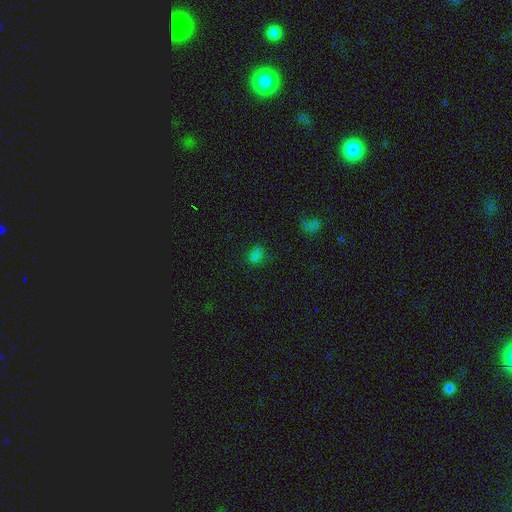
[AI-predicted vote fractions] The model was most divided on "how rounded": in between: 65%, round: 33%, cigar-shaped: 2%. More confident: smooth or featured — smooth (66%); merging — none (62%).